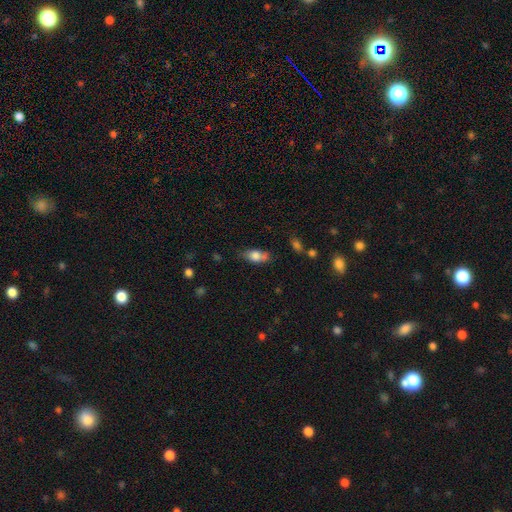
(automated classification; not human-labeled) The model was most divided on "merging": none: 53%, minor disturbance: 26%, merger: 13%, major disturbance: 7%. More confident: how rounded — in between (82%); smooth or featured — smooth (76%).